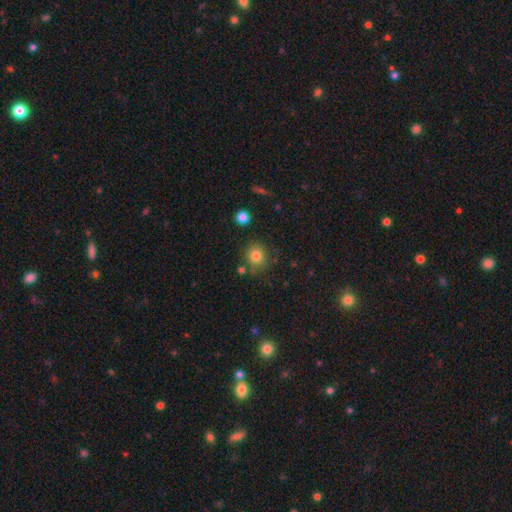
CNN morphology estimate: Q: Smooth or featured?
A: smooth (81%); runner-up: star or artifact (12%)
Q: How rounded?
A: round (85%); runner-up: in between (14%)
Q: Merging?
A: none (77%); runner-up: minor disturbance (13%)